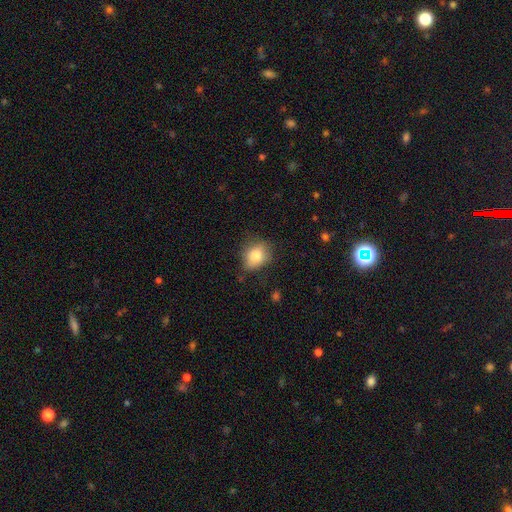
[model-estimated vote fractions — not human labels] Smooth or featured?
  - smooth: 79% *
  - featured or disk: 12%
  - star or artifact: 9%
How rounded?
  - in between: 59% *
  - round: 39%
  - cigar-shaped: 2%
Merging?
  - none: 68% *
  - minor disturbance: 24%
  - major disturbance: 6%
  - merger: 2%